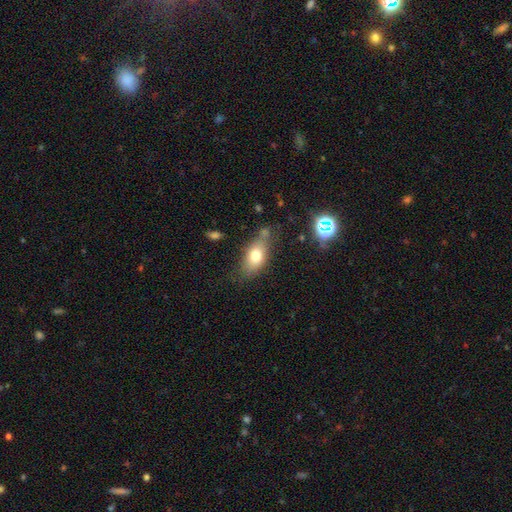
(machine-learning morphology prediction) Smooth or featured? Predicted: smooth (p=0.73). How rounded? Predicted: in between (p=0.84). Merging? Predicted: none (p=0.63).